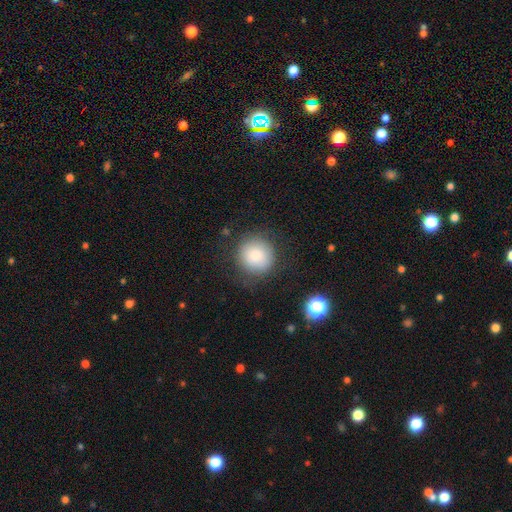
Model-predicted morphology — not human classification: Smooth or featured: smooth — 79% (featured or disk — 12%)
How rounded: round — 93% (in between — 6%)
Merging: none — 78% (minor disturbance — 14%)